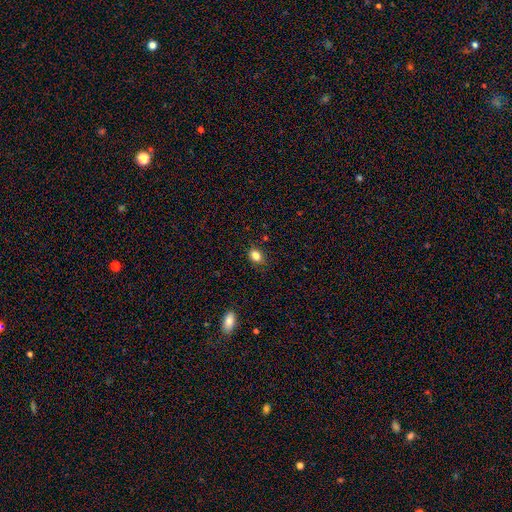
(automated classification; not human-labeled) Smooth or featured? smooth (83%)
How rounded? in between (64%)
Merging? none (83%)